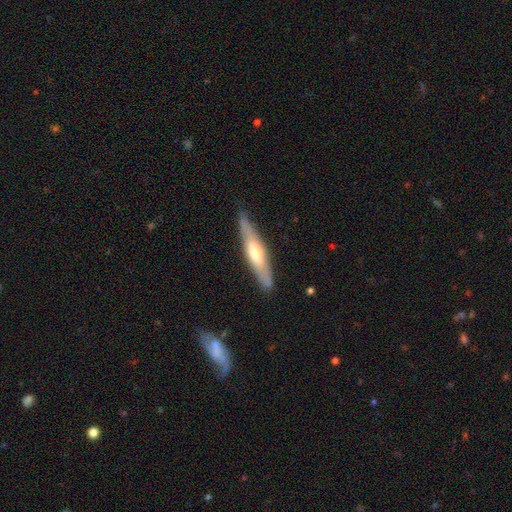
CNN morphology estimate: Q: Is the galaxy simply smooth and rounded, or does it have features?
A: featured or disk — 50%.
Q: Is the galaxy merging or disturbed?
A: none — 84%.